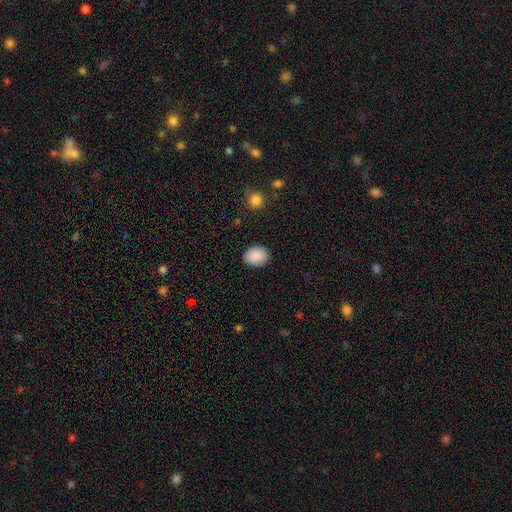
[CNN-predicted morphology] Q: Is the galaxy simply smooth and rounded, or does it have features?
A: smooth — 90%.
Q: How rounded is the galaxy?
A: in between — 60%.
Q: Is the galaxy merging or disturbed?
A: none — 89%.